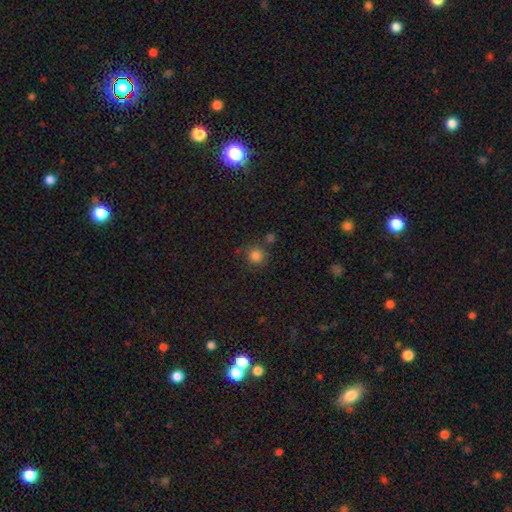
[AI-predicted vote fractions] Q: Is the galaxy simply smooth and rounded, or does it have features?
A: smooth — 82%.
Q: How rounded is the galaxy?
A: round — 91%.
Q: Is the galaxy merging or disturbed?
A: none — 74%.